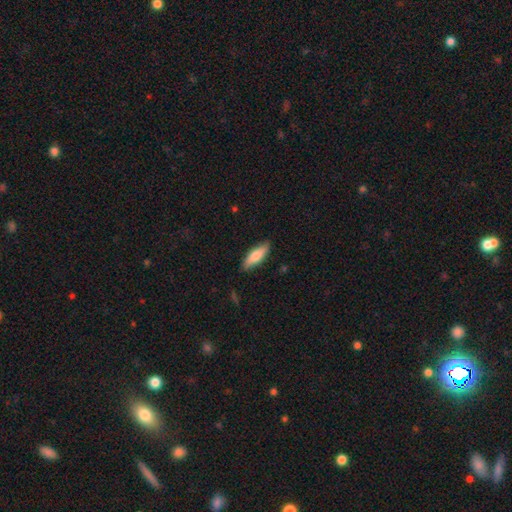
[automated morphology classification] A smooth galaxy with no disk features (72%) that is in between round and cigar-shaped (49%).

Vote fractions:
- Smooth or featured? smooth: 72% / featured or disk: 23% / star or artifact: 6%
- How rounded? in between: 49% / cigar-shaped: 48% / round: 2%
- Merging? none: 85% / minor disturbance: 12% / major disturbance: 2% / merger: 1%